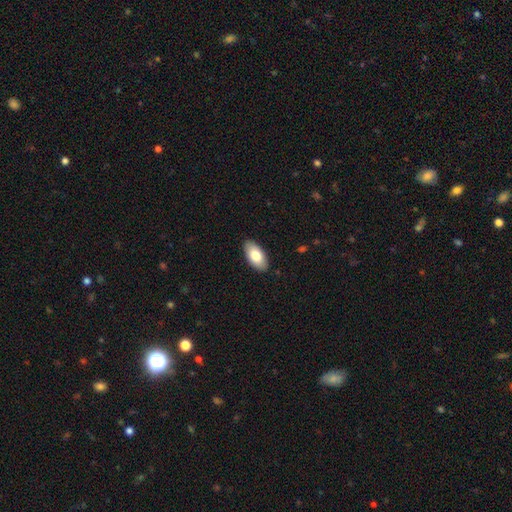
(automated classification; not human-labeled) Smooth or featured? smooth (80%)
How rounded? in between (95%)
Merging? none (89%)